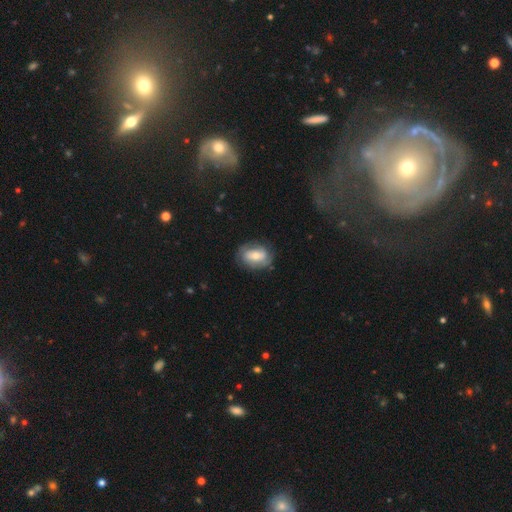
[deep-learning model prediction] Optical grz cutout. It shows a featured or disk galaxy (55%) with no bar (47%), spiral arms (67%) and a moderate central bulge (57%). Merging: none (73%).